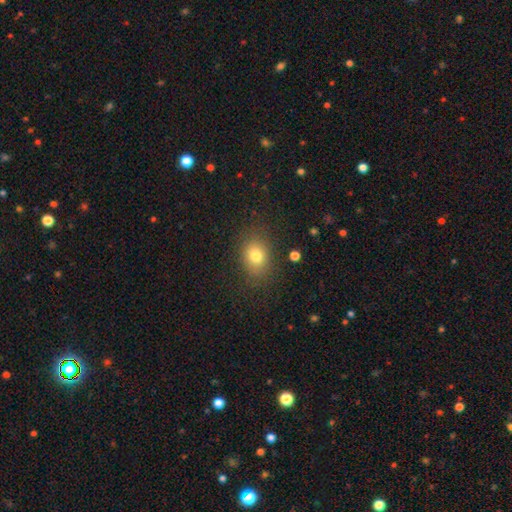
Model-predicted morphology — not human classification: This is likely a smooth galaxy (77%). How rounded: possibly in between (57%). Merging: clearly none (81%).